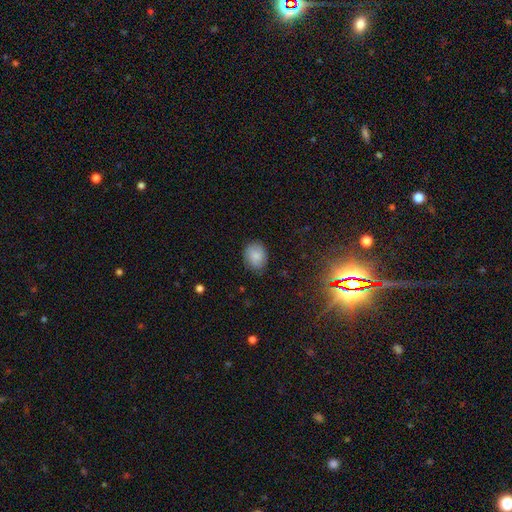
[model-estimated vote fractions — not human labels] Morphology: type=smooth (82%); roundness=in between (51%); merging=none (80%).